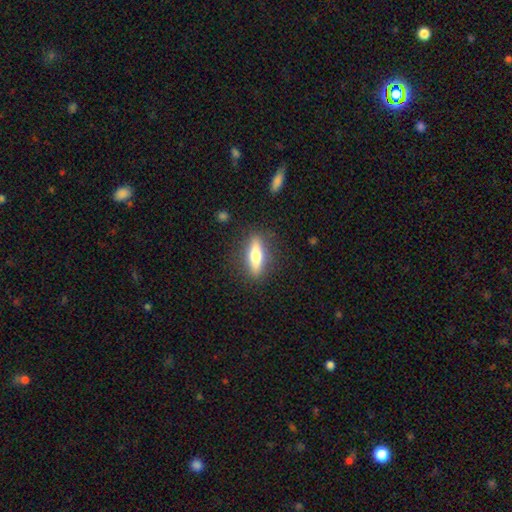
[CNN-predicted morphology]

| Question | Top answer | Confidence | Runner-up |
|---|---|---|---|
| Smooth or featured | smooth | 52% | featured or disk (41%) |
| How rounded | cigar-shaped | 59% | in between (38%) |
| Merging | none | 86% | minor disturbance (9%) |